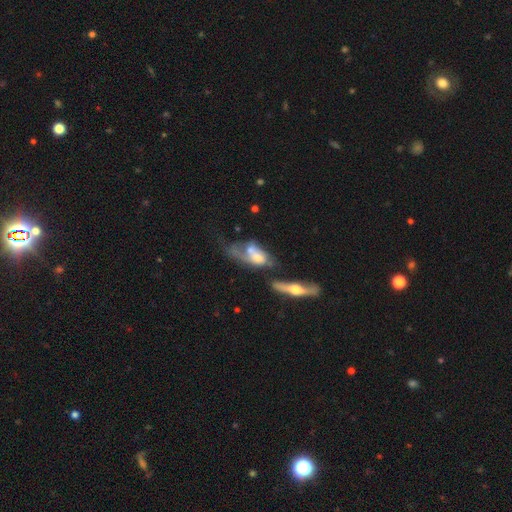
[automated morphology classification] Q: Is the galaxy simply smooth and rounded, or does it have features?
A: featured or disk — 56%.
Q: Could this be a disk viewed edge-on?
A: no — 79%.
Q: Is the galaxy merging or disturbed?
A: merger — 48%.